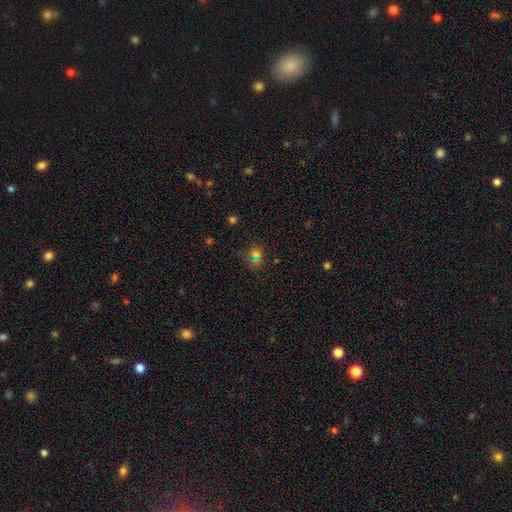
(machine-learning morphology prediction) smooth_or_featured: smooth (p=0.57) [alt: star or artifact p=0.36]
how_rounded: round (p=0.81) [alt: in between p=0.18]
merging: none (p=0.82) [alt: minor disturbance p=0.10]